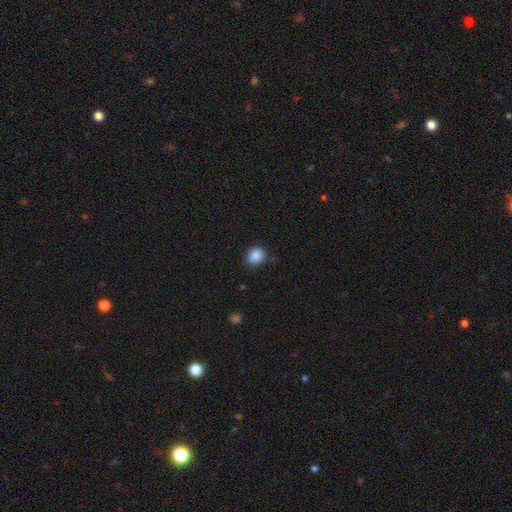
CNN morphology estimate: Smooth or featured: smooth — 87% (star or artifact — 9%)
How rounded: round — 68% (in between — 31%)
Merging: none — 83% (minor disturbance — 13%)